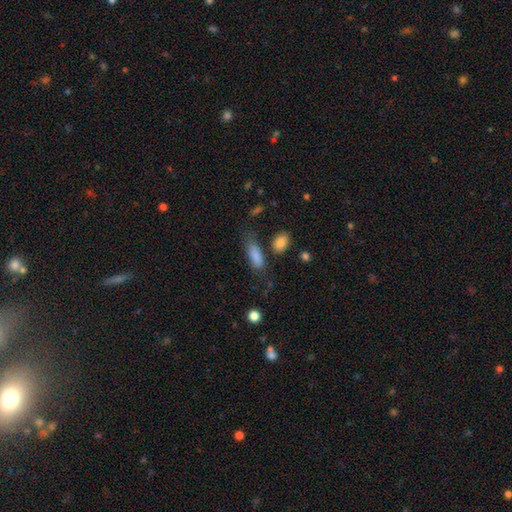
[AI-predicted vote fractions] Smooth or featured? smooth (84%)
How rounded? in between (67%)
Merging? none (60%)